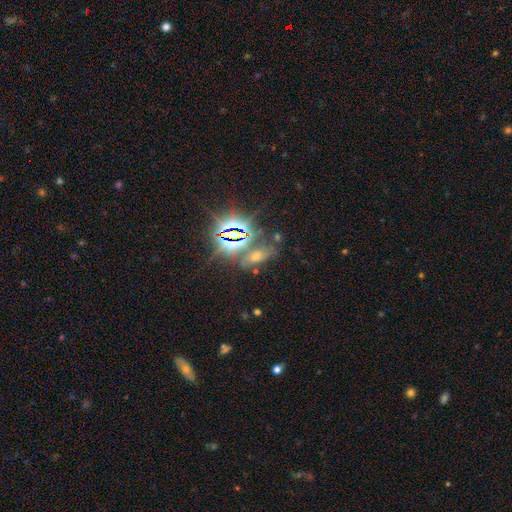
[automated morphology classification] This is likely a star or artifact rather than a galaxy (66%).